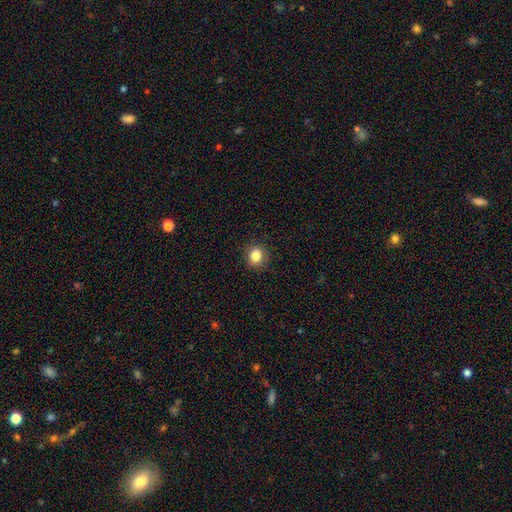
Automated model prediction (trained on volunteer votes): Smooth or featured?
  - smooth: 85% *
  - star or artifact: 11%
  - featured or disk: 5%
How rounded?
  - round: 77% *
  - in between: 22%
  - cigar-shaped: 1%
Merging?
  - none: 89% *
  - minor disturbance: 8%
  - major disturbance: 2%
  - merger: 1%